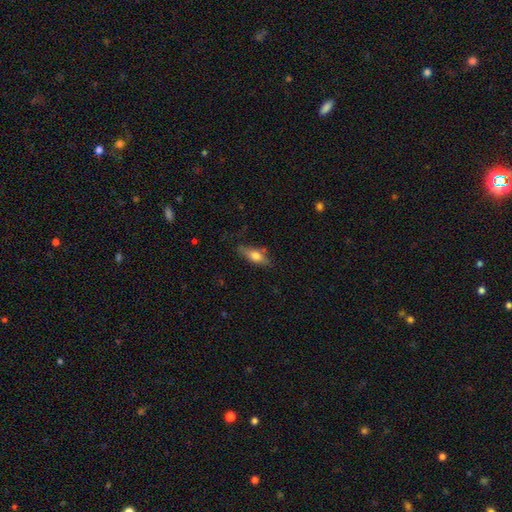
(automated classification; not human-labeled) A smooth galaxy with no disk features (64%) that is in between round and cigar-shaped (64%).

Vote fractions:
- Smooth or featured? smooth: 64% / featured or disk: 29% / star or artifact: 7%
- How rounded? in between: 64% / cigar-shaped: 33% / round: 4%
- Merging? none: 71% / minor disturbance: 20% / major disturbance: 5% / merger: 4%